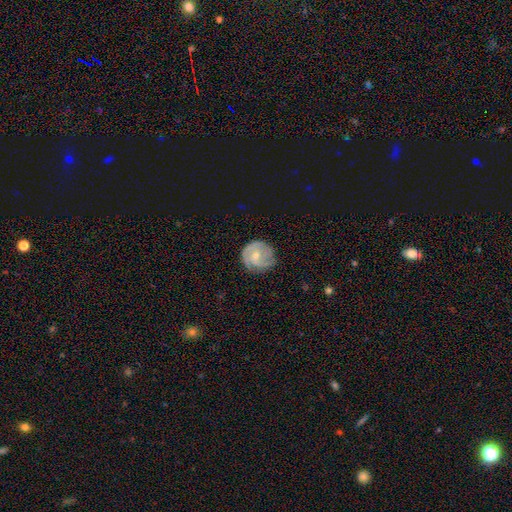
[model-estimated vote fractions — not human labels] Smooth or featured: featured or disk — 77% (smooth — 17%)
Edge-on disk: no — 98% (yes — 2%)
Bar: no — 63% (weak — 31%)
Spiral arms: yes — 94% (no — 6%)
Spiral winding: tight — 58% (medium — 33%)
Spiral arm count: 3 — 36% (2 — 30%)
Bulge size: small — 58% (moderate — 39%)
Merging: none — 75% (minor disturbance — 18%)